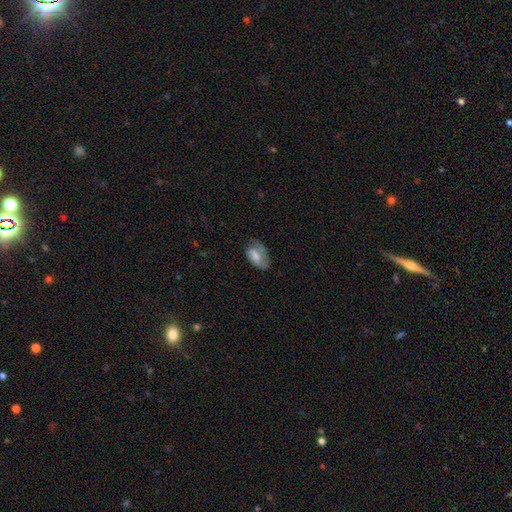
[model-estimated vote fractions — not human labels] Smooth or featured: smooth — 59% (featured or disk — 34%)
How rounded: in between — 91% (round — 6%)
Merging: none — 48% (minor disturbance — 32%)